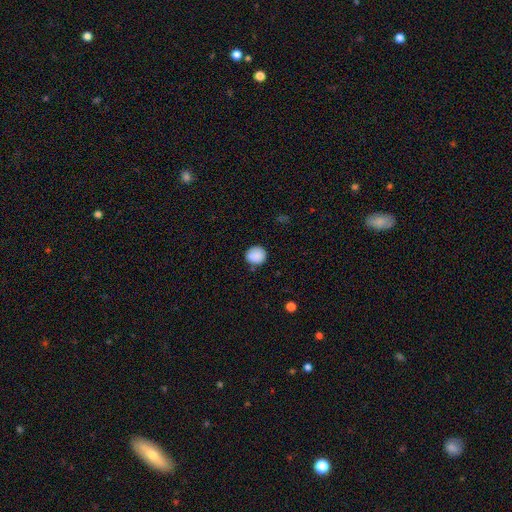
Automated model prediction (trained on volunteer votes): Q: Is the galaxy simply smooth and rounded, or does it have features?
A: smooth — 88%.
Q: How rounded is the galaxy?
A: round — 90%.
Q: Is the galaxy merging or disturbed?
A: none — 84%.